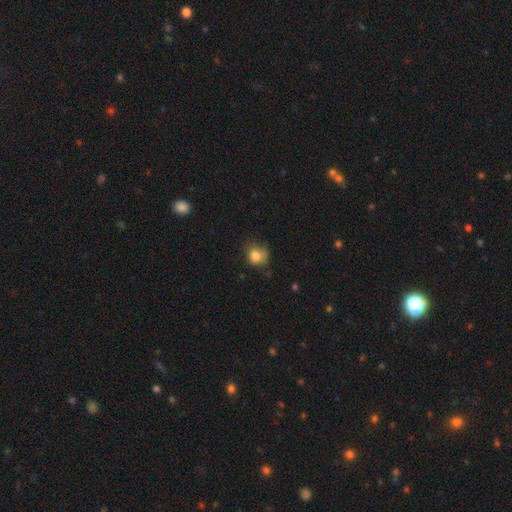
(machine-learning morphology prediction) type=smooth (81%); roundness=round (73%); merging=none (55%).